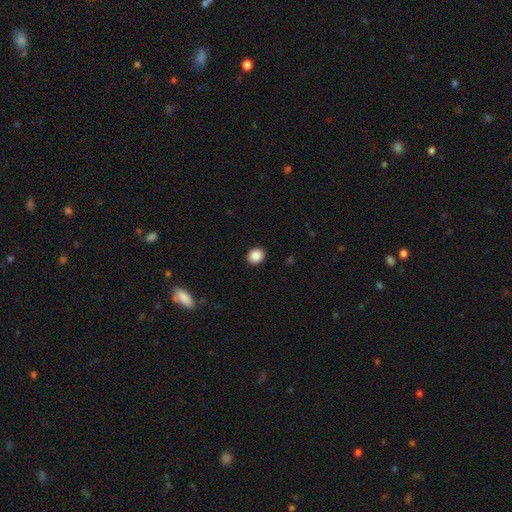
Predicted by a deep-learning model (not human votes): The model was most divided on "how rounded": round: 68%, in between: 31%, cigar-shaped: 1%. More confident: merging — none (92%); smooth or featured — smooth (89%).